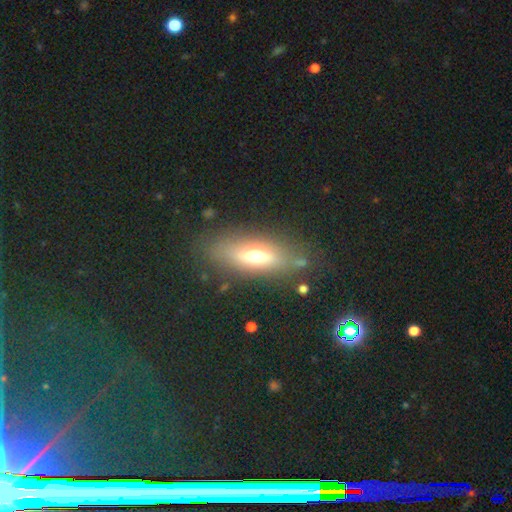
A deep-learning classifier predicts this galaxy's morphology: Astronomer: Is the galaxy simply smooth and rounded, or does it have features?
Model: smooth — 54% (runner-up: featured or disk, 36%).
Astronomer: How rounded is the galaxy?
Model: in between — 62%.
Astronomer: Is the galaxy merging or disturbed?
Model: none — 76%.